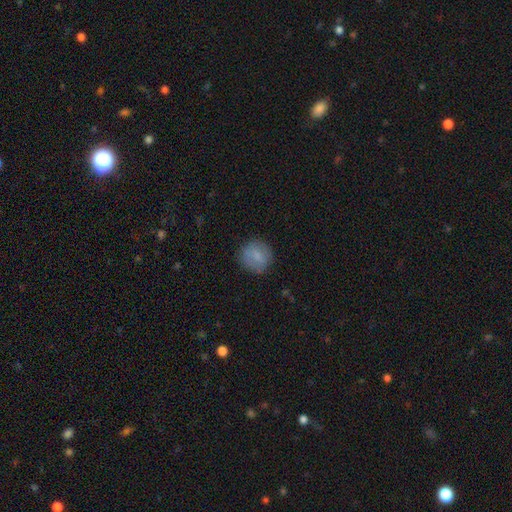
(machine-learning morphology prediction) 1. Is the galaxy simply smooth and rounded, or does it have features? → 76% smooth, 16% featured or disk, 8% star or artifact.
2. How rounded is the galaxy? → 88% round, 11% in between, 1% cigar-shaped.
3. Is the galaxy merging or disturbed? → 82% none, 13% minor disturbance, 4% major disturbance, 1% merger.